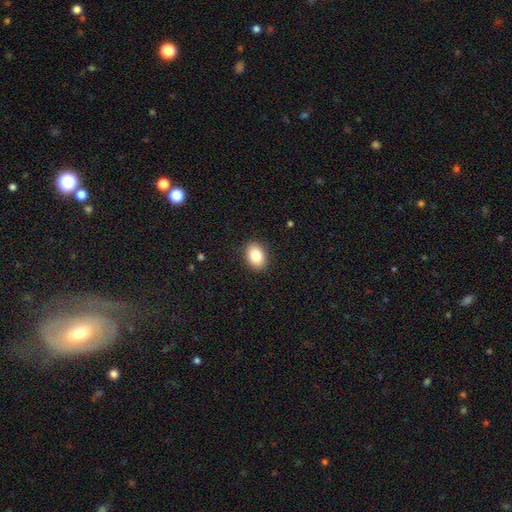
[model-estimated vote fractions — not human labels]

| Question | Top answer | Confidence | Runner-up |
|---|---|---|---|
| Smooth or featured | smooth | 85% | star or artifact (8%) |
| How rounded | in between | 75% | round (24%) |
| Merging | none | 89% | minor disturbance (8%) |